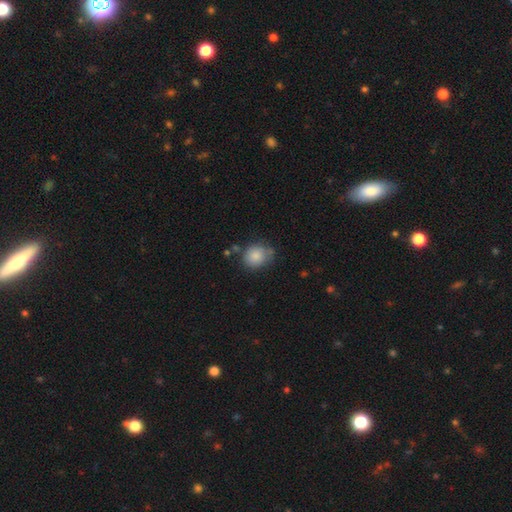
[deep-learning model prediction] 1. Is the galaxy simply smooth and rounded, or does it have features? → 85% smooth, 8% star or artifact, 7% featured or disk.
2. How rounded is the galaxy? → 63% round, 36% in between, 1% cigar-shaped.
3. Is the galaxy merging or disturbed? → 65% none, 23% minor disturbance, 6% merger, 6% major disturbance.